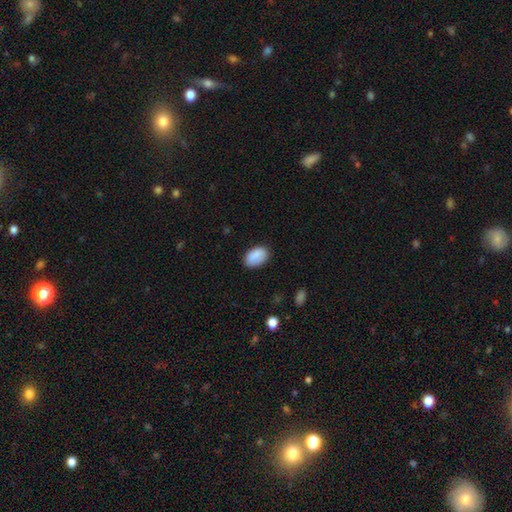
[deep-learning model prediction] Smooth or featured: smooth — 88% (star or artifact — 6%)
How rounded: in between — 91% (round — 8%)
Merging: none — 83% (minor disturbance — 13%)